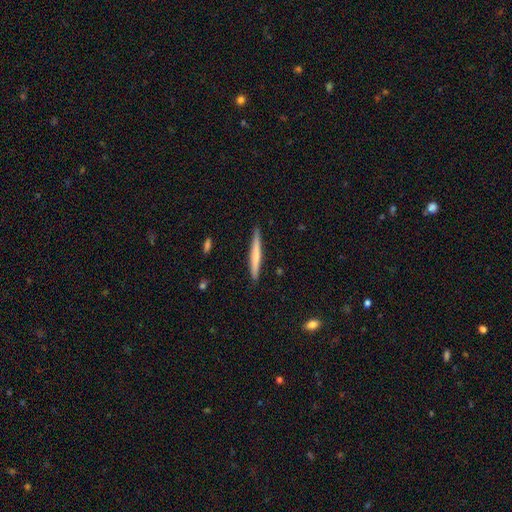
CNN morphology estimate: Overall: smooth (57%; featured or disk 38%). How rounded: cigar-shaped (96%). Merging: none (90%).